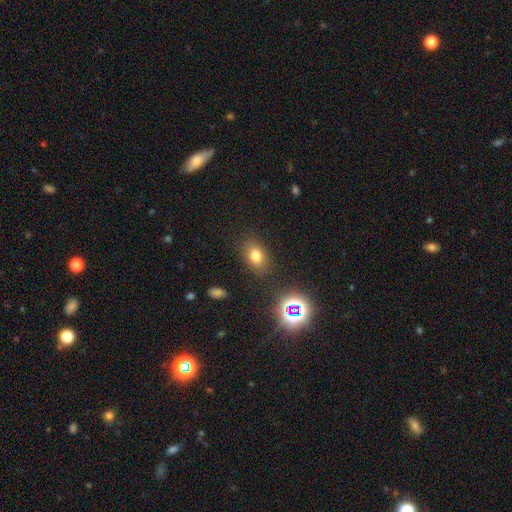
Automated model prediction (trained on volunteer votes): Smooth or featured: smooth — 72% (star or artifact — 18%)
How rounded: in between — 72% (round — 27%)
Merging: none — 83% (minor disturbance — 11%)